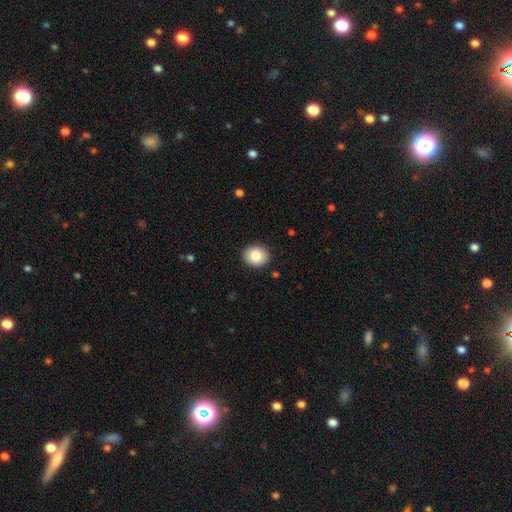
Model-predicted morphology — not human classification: Overall: smooth (84%). How rounded: round (73%). Merging: none (90%).